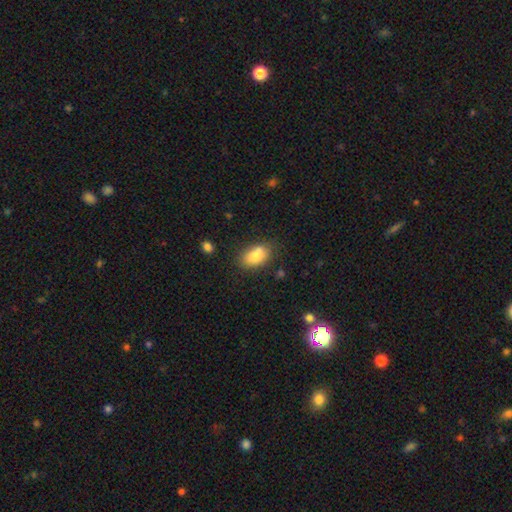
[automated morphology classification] A smooth galaxy with no disk features (80%) that is in between round and cigar-shaped (87%).

Vote fractions:
- Smooth or featured? smooth: 80% / featured or disk: 12% / star or artifact: 8%
- How rounded? in between: 87% / round: 11% / cigar-shaped: 2%
- Merging? none: 69% / minor disturbance: 18% / merger: 9% / major disturbance: 4%